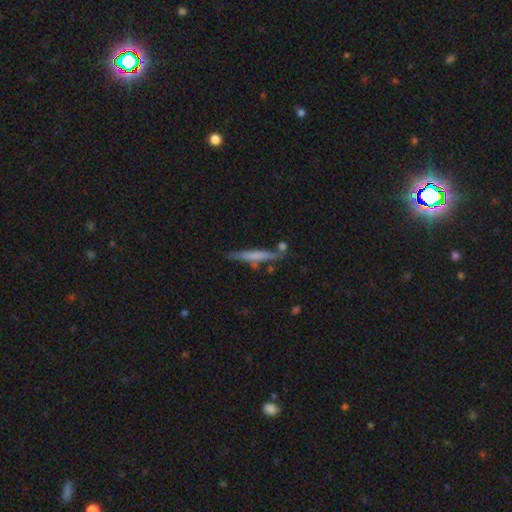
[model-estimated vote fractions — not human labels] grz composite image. It shows a smooth galaxy with no disk features (55%) that is cigar-shaped (94%). Merging: none (75%).